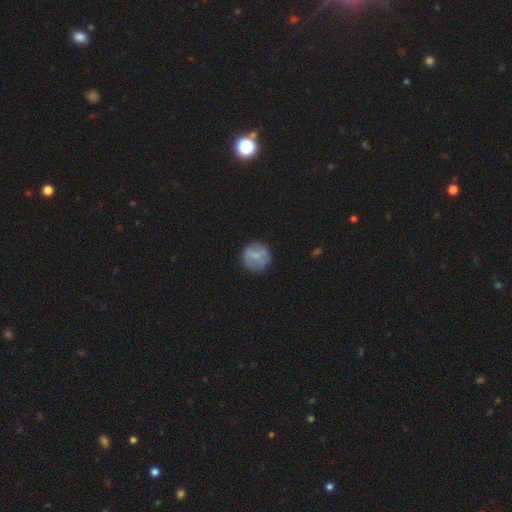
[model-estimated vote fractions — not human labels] A smooth galaxy with no disk features (61%) that is round (91%).

Vote fractions:
- Smooth or featured? smooth: 61% / featured or disk: 31% / star or artifact: 8%
- How rounded? round: 91% / in between: 8% / cigar-shaped: 1%
- Merging? none: 74% / minor disturbance: 17% / major disturbance: 7% / merger: 2%